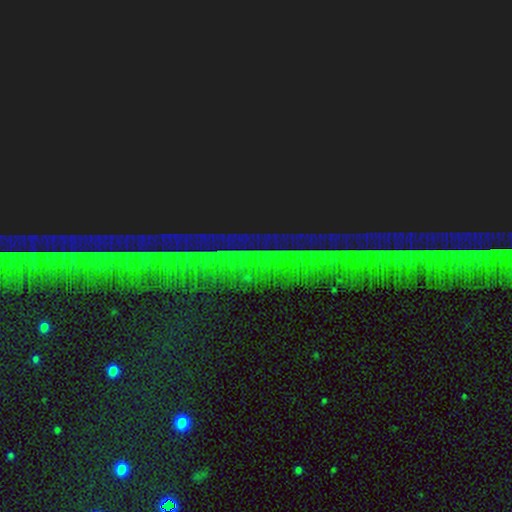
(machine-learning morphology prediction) Overall: star or artifact (88%).